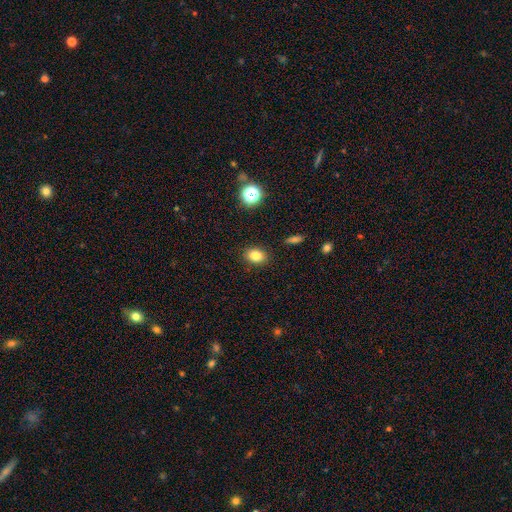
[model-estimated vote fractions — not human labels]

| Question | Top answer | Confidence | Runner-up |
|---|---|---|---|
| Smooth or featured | smooth | 81% | star or artifact (12%) |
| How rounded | in between | 69% | round (30%) |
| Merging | none | 88% | minor disturbance (8%) |